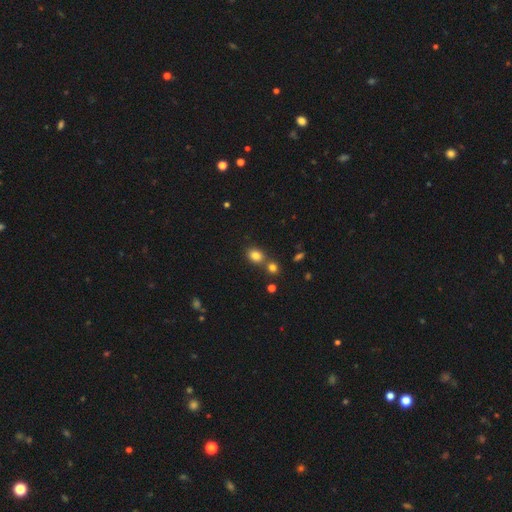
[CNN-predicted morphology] Overall: smooth (81%). How rounded: round (50%; in between 49%). Merging: none (61%; merger 26%).